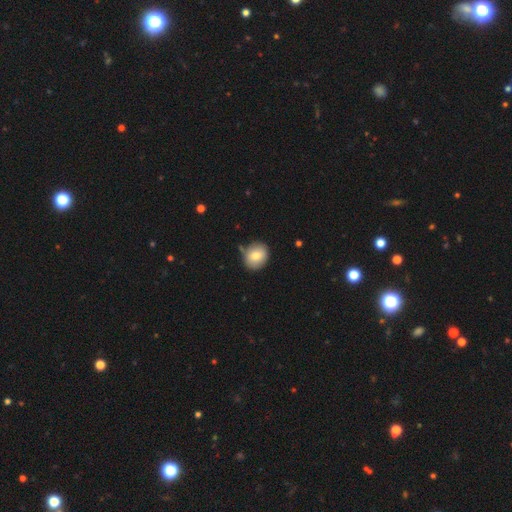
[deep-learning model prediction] smooth 79%, featured or disk 13%, star or artifact 8%. Down the decision tree: how rounded — round (69%); merging — none (80%).